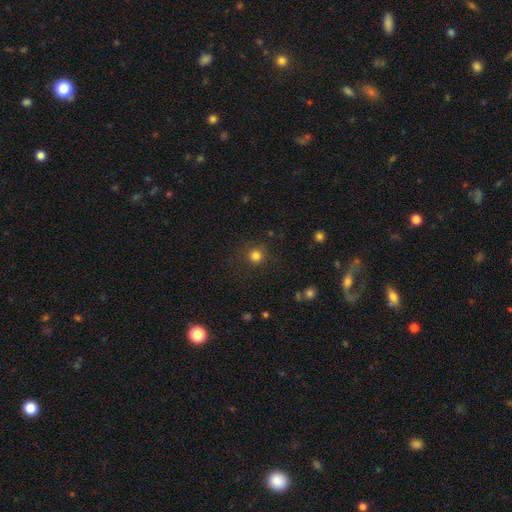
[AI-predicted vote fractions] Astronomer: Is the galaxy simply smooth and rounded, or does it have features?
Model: smooth — 82%.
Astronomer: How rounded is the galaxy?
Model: round — 94%.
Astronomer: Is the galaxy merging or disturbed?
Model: none — 85%.